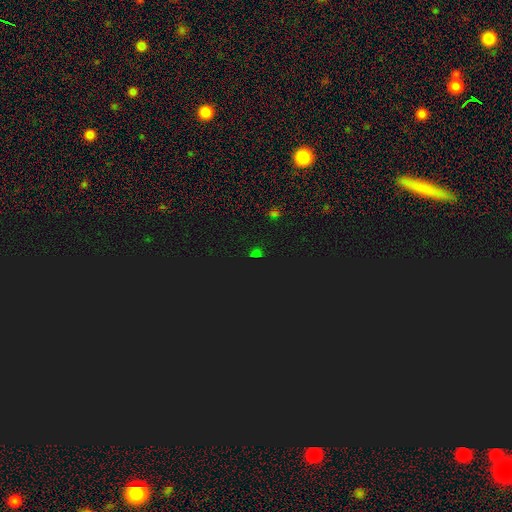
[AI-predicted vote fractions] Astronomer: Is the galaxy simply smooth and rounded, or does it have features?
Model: star or artifact — 69%.